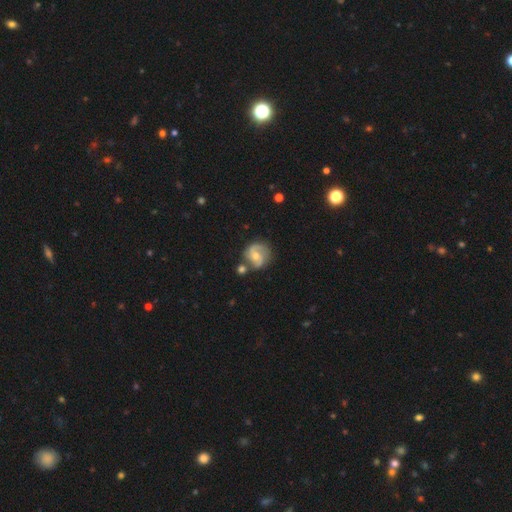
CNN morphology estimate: smooth-or-featured: featured or disk: 77% | smooth: 17% | star or artifact: 6%
  disk-edge-on: no: 98% | yes: 2%
    bar: no: 50% | weak: 40% | strong: 11%
    has-spiral-arms: yes: 93% | no: 7%
      spiral-winding: medium: 50% | tight: 25% | loose: 24%
      spiral-arm-count: 2: 81% | can't tell: 7% | 3: 6% | 1: 3% | 4: 1% | more than 4: 1%
    bulge-size: moderate: 52% | small: 43% | none: 2% | large: 2% | dominant: 1%
  merging: none: 65% | minor disturbance: 18% | merger: 11% | major disturbance: 6%